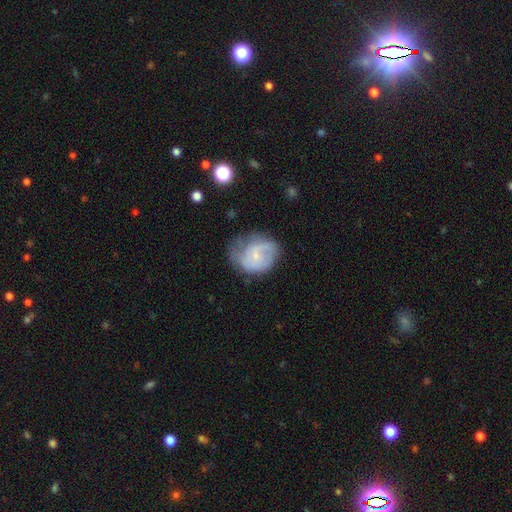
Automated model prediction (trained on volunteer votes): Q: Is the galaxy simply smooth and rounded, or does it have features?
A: featured or disk — 55%.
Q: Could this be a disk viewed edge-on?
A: no — 97%.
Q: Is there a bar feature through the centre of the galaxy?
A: no — 64%.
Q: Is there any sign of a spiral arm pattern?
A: yes — 74%.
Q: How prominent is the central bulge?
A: small — 70%.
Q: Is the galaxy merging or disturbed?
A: none — 43%.